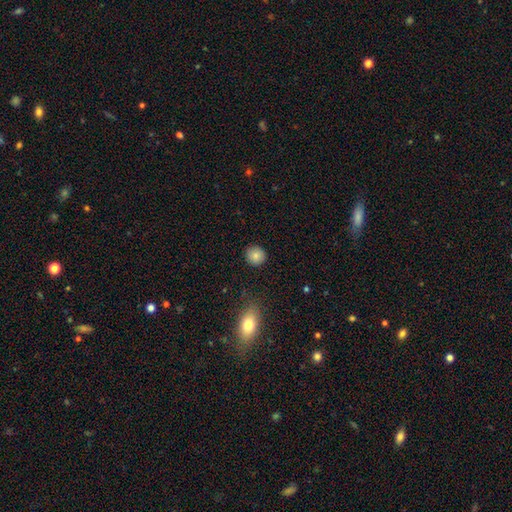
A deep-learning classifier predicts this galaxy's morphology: smooth_or_featured: smooth (p=0.83) [alt: star or artifact p=0.10]
how_rounded: round (p=0.92) [alt: in between p=0.07]
merging: none (p=0.90) [alt: minor disturbance p=0.07]